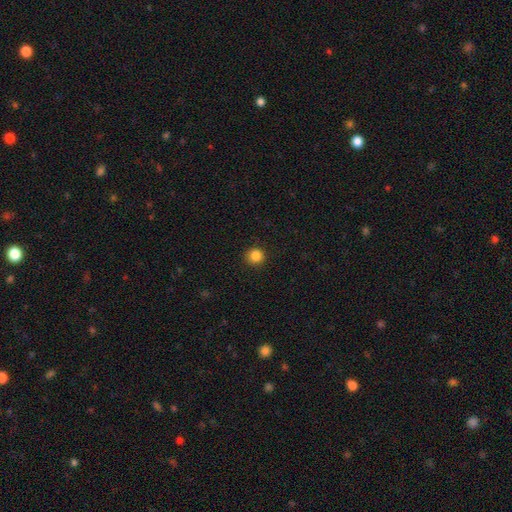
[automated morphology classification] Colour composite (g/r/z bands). It shows a smooth galaxy with no disk features (85%) that is round (95%). Merging: none (92%).